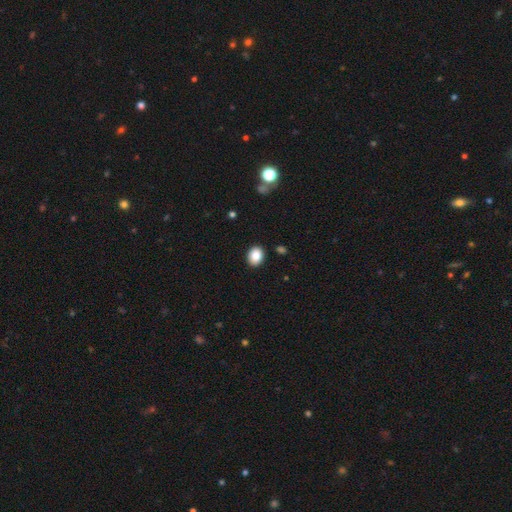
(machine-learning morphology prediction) type=smooth (88%); roundness=in between (57%); merging=none (90%).